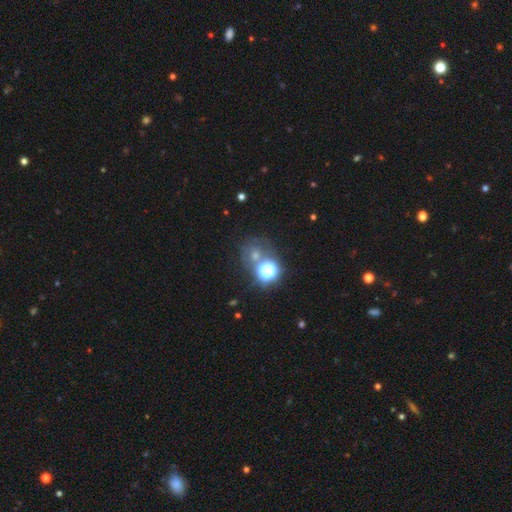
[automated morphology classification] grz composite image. It shows a star or artifact, not a galaxy (55%).